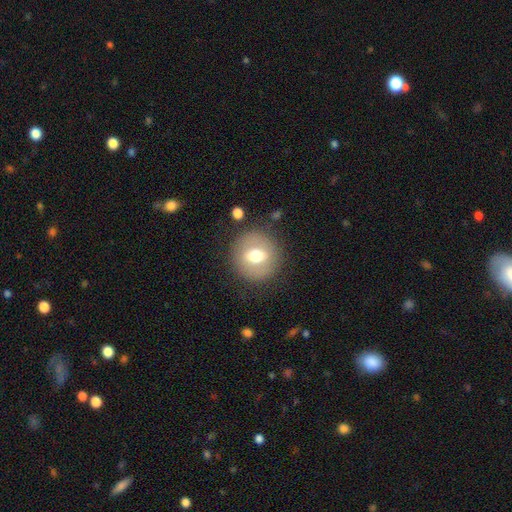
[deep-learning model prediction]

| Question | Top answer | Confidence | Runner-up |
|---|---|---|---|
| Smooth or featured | smooth | 60% | featured or disk (31%) |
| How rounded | round | 90% | in between (9%) |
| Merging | none | 84% | minor disturbance (10%) |